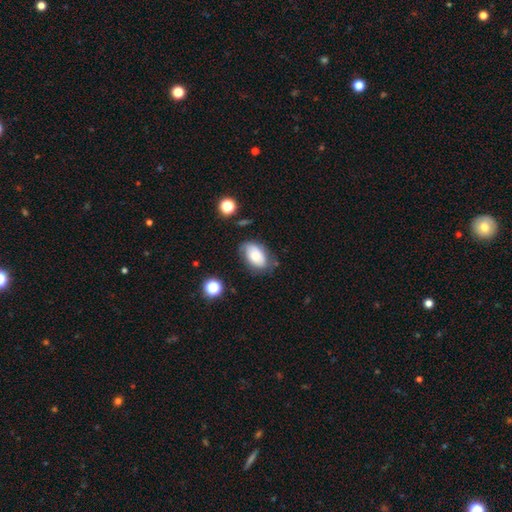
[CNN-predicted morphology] type=smooth (68%); roundness=in between (92%); merging=none (62%).